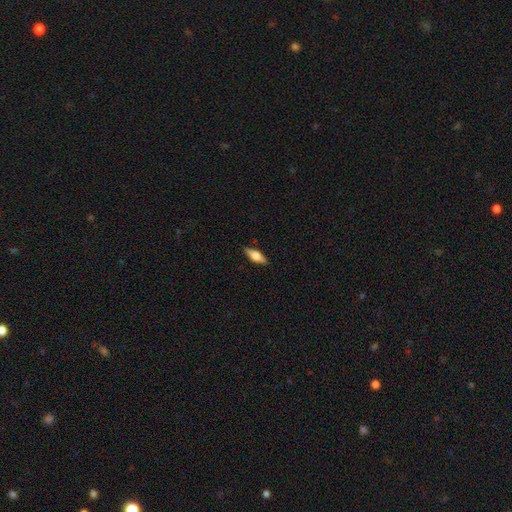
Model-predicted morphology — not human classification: The model was most divided on "smooth or featured": featured or disk: 48%, smooth: 46%, star or artifact: 6%. More confident: merging — none (89%).